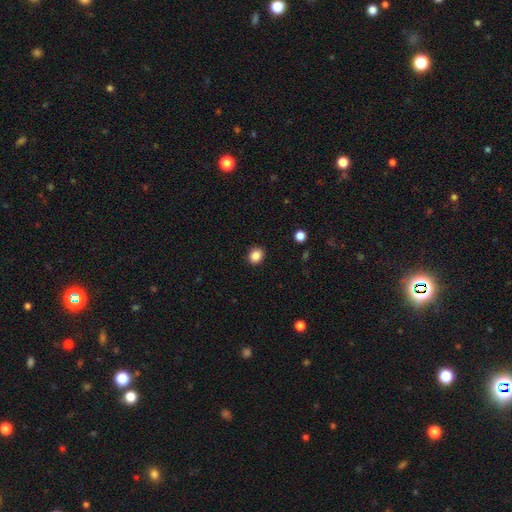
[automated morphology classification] Q: Smooth or featured?
A: smooth (86%); runner-up: star or artifact (10%)
Q: How rounded?
A: round (69%); runner-up: in between (30%)
Q: Merging?
A: none (91%); runner-up: minor disturbance (6%)